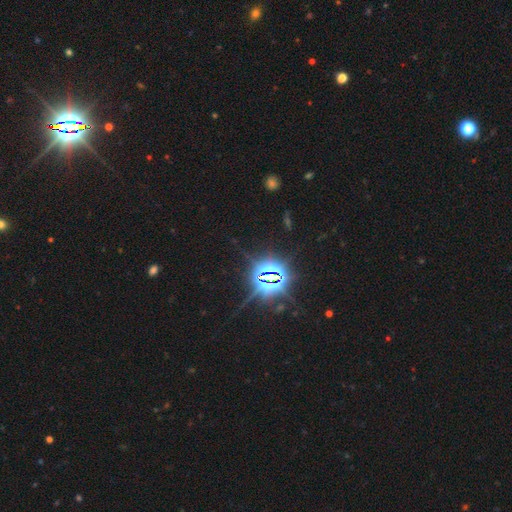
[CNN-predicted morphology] A star or artifact, not a galaxy (86%).

Vote fractions:
- Smooth or featured? star or artifact: 86% / smooth: 9% / featured or disk: 6%